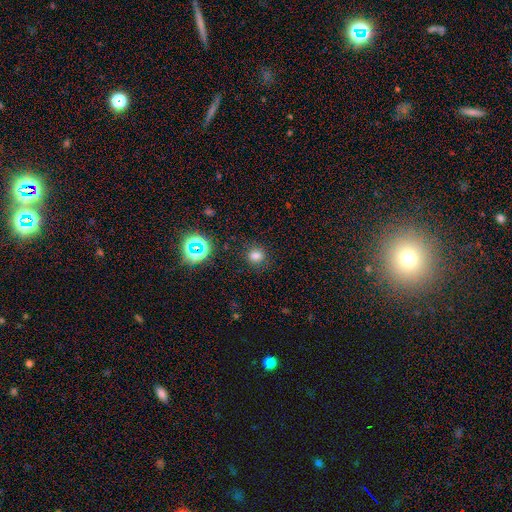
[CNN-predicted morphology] This is likely a smooth galaxy (74%). How rounded: likely round (76%). Merging: clearly none (86%).